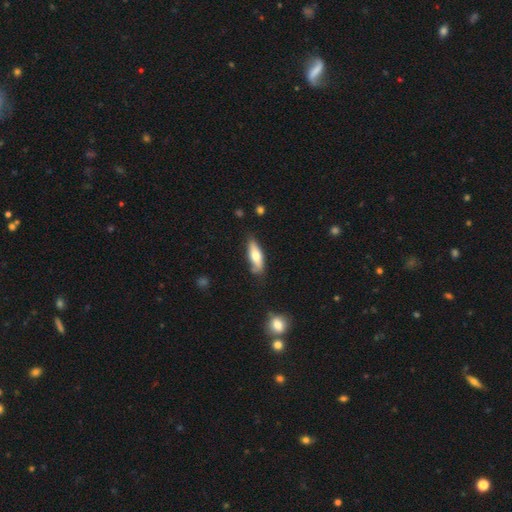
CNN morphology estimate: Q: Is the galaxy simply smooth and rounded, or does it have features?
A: smooth — 65%.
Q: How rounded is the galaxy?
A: in between — 51%.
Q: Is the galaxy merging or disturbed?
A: none — 70%.